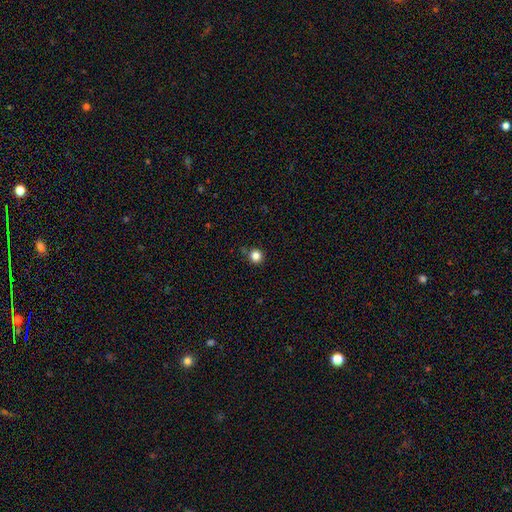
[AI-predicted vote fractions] Smooth or featured? Predicted: smooth (p=0.83). How rounded? Predicted: round (p=0.95). Merging? Predicted: none (p=0.86).